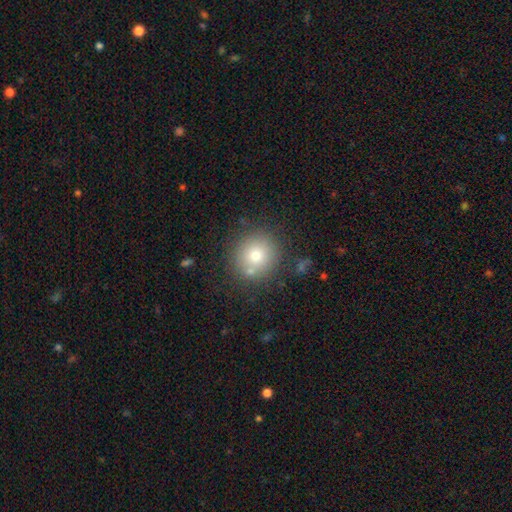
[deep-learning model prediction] Morphology: type=smooth (73%); roundness=round (93%); merging=none (80%).